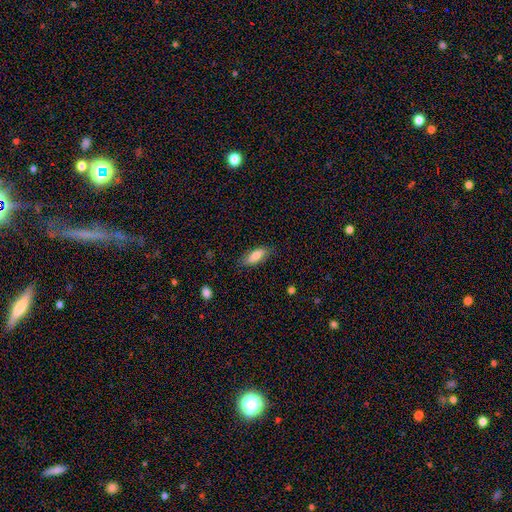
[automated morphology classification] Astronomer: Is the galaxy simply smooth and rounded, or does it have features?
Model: smooth — 79%.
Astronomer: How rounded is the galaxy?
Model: in between — 76%.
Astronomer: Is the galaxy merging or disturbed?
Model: none — 81%.